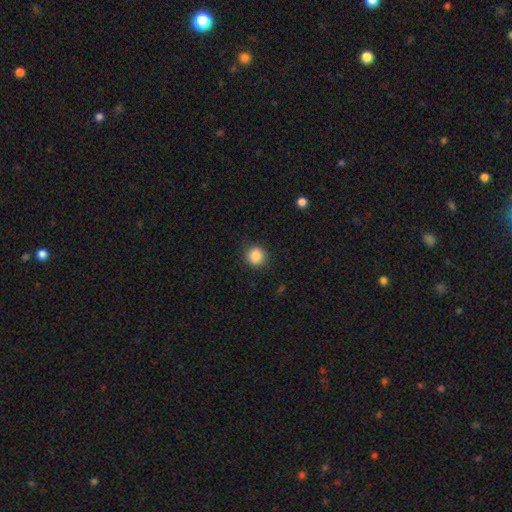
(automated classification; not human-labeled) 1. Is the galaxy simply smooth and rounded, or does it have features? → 86% smooth, 10% star or artifact, 4% featured or disk.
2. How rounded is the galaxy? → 88% round, 11% in between, 1% cigar-shaped.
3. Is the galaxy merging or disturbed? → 88% none, 9% minor disturbance, 3% major disturbance, 1% merger.